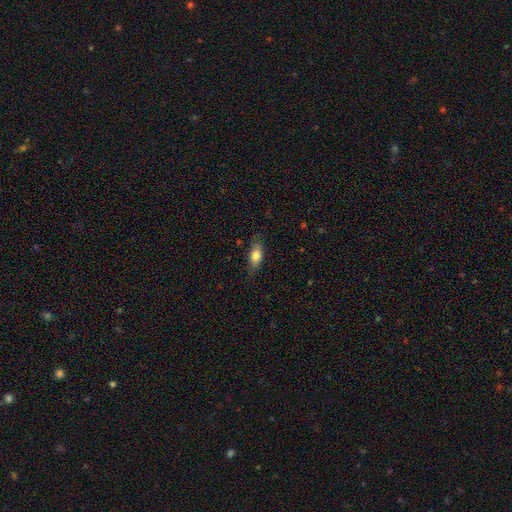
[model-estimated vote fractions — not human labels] This appears to be a smooth galaxy with no disk features (74%) that is in between round and cigar-shaped (76%). Merging: none (79%).